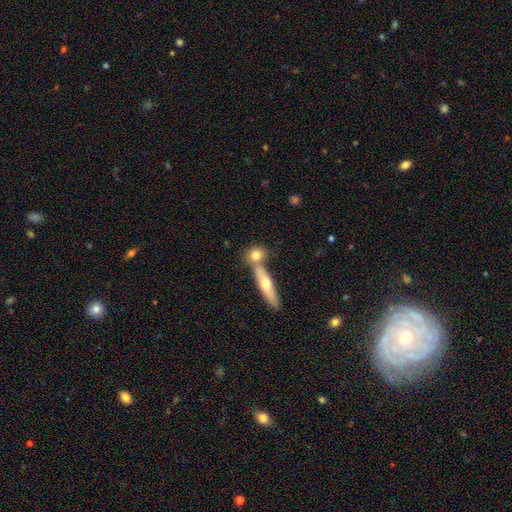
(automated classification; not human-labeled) A smooth galaxy with no disk features (72%) that is round (52%). Merging: none (50%).